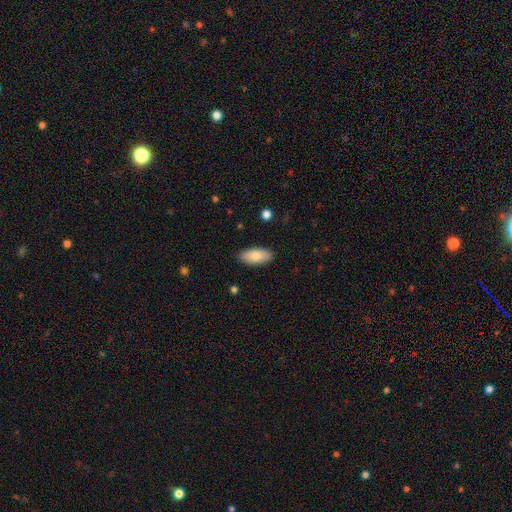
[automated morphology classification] A smooth galaxy with no disk features (81%) that is in between round and cigar-shaped (90%).

Vote fractions:
- Smooth or featured? smooth: 81% / featured or disk: 13% / star or artifact: 6%
- How rounded? in between: 90% / cigar-shaped: 8% / round: 2%
- Merging? none: 88% / minor disturbance: 9% / major disturbance: 2% / merger: 1%